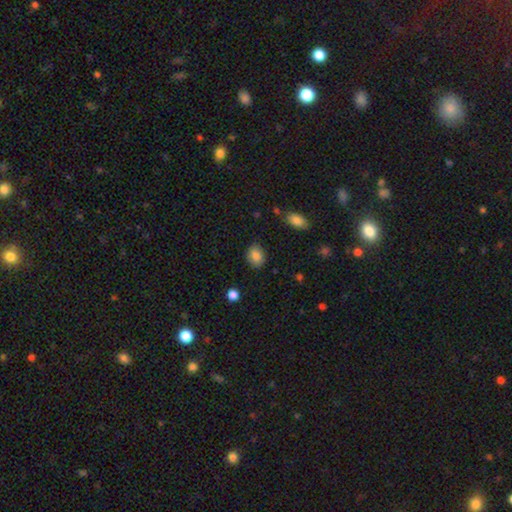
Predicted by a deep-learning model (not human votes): smooth 86%, star or artifact 8%, featured or disk 6%. Down the decision tree: how rounded — in between (59%); merging — none (82%).